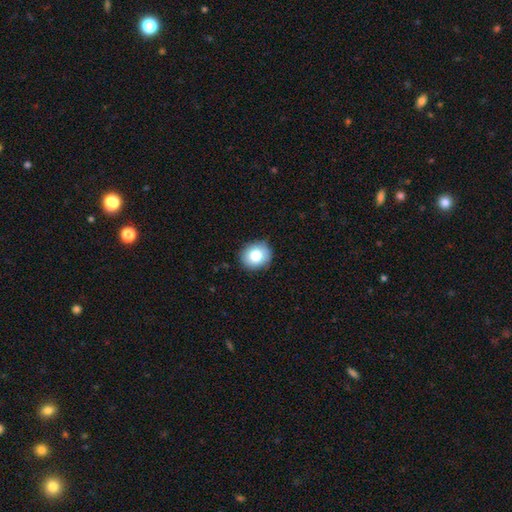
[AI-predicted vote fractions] Smooth or featured: smooth — 81% (featured or disk — 10%)
How rounded: round — 79% (in between — 20%)
Merging: none — 87% (minor disturbance — 10%)